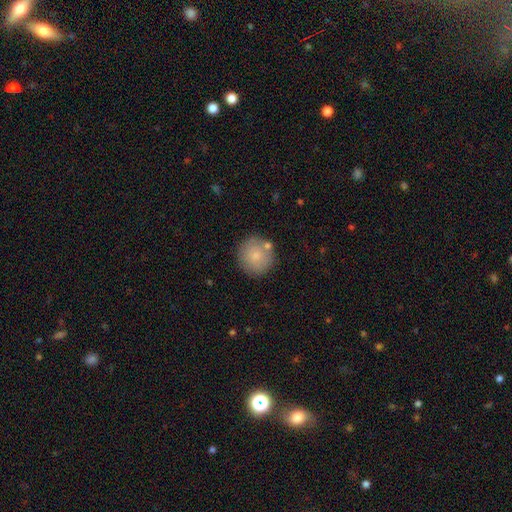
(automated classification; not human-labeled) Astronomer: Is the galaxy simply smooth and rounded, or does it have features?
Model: smooth — 80%.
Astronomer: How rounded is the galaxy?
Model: round — 95%.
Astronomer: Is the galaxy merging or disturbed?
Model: none — 81%.